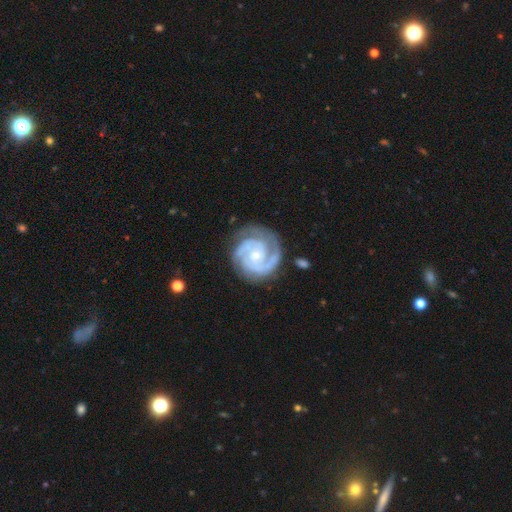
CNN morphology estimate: type=featured or disk (91%); edge-on=no (98%); bar=no (66%); spiral arms=yes (98%); winding=tight (67%); arm count=2 (57%); bulge=small (69%); merging=none (76%).